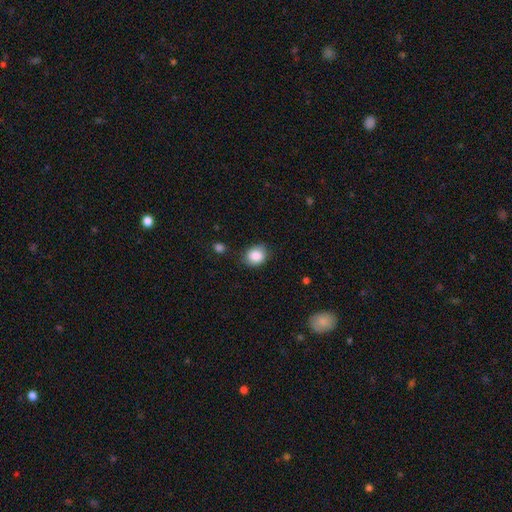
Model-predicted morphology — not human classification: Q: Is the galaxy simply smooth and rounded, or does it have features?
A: smooth — 87%.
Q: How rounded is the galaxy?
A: round — 58%.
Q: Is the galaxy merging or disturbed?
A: none — 79%.